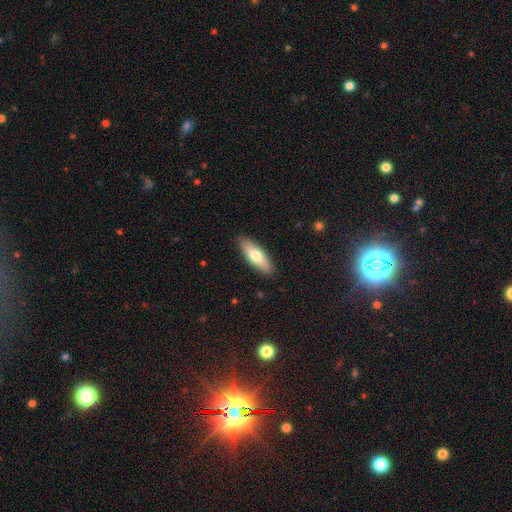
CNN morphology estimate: A smooth galaxy with no disk features (69%) that is in between round and cigar-shaped (58%).

Vote fractions:
- Smooth or featured? smooth: 69% / featured or disk: 25% / star or artifact: 5%
- How rounded? in between: 58% / cigar-shaped: 40% / round: 2%
- Merging? none: 88% / minor disturbance: 9% / major disturbance: 2% / merger: 1%